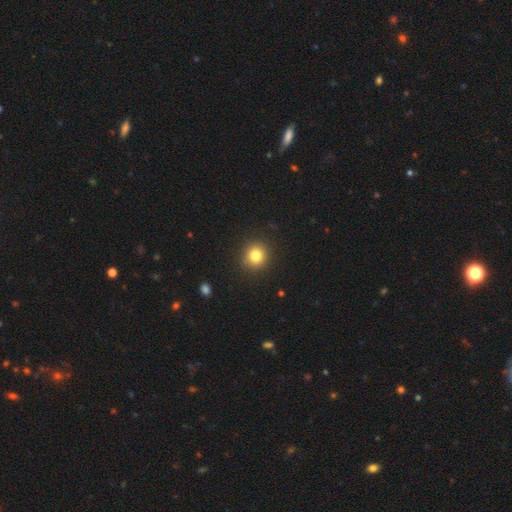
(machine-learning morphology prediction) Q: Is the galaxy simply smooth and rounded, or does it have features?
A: smooth — 82%.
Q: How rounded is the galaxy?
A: round — 88%.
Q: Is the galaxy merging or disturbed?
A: none — 91%.